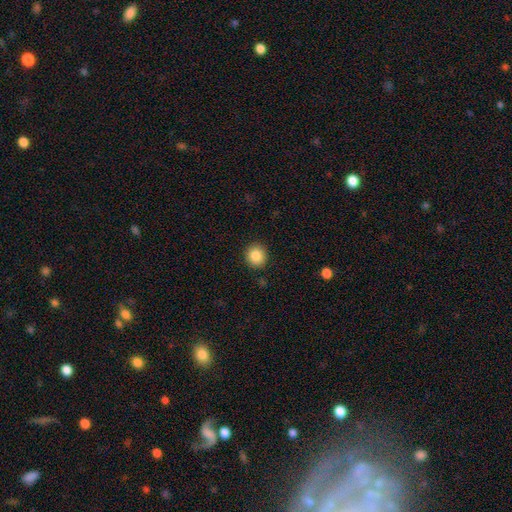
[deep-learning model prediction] The model was most divided on "smooth or featured": smooth: 86%, star or artifact: 9%, featured or disk: 5%. More confident: merging — none (91%); how rounded — round (89%).